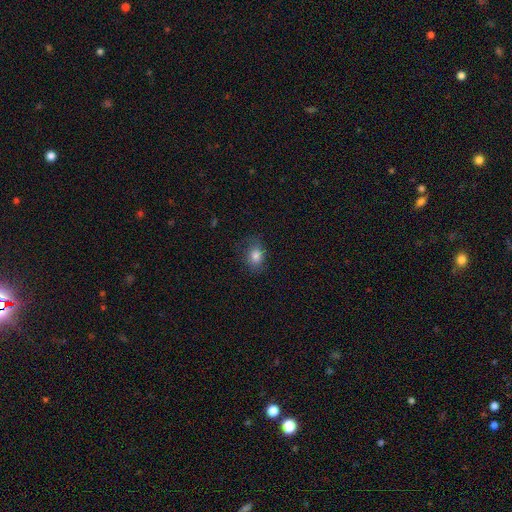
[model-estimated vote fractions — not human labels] Overall: smooth (82%). How rounded: in between (61%; round 38%). Merging: none (72%).